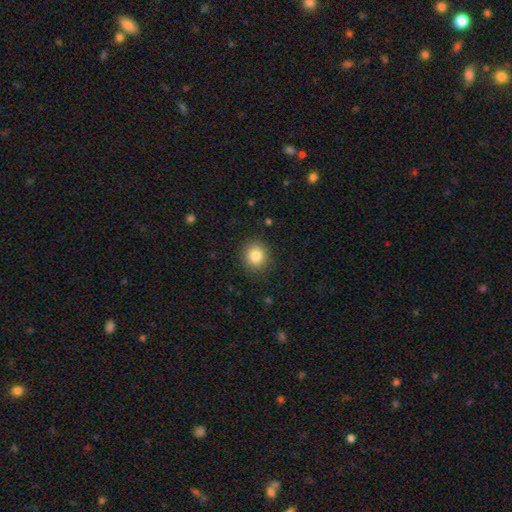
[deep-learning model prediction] Morphology: type=smooth (84%); roundness=round (83%); merging=none (88%).